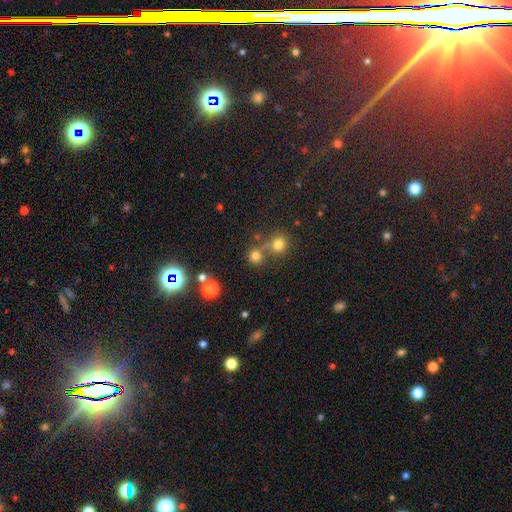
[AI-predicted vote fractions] Morphology: type=smooth (74%); roundness=round (88%); merging=none (60%).